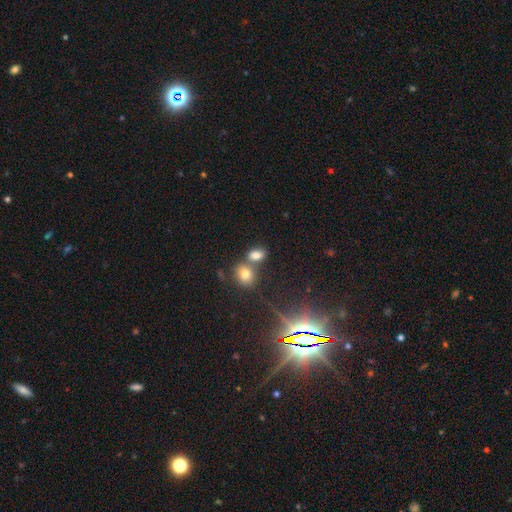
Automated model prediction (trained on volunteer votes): smooth 75%, star or artifact 16%, featured or disk 10%. Down the decision tree: how rounded — in between (76%); merging — none (49%).